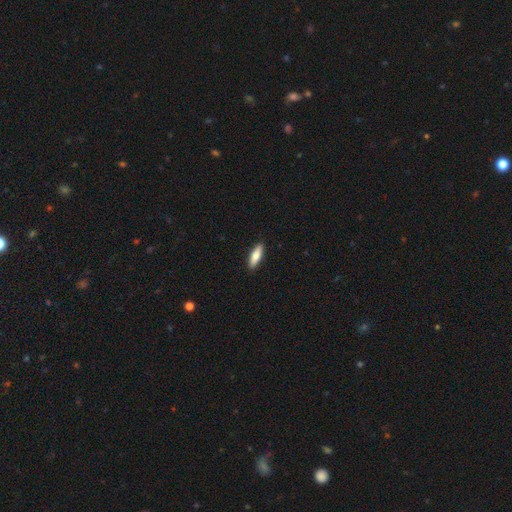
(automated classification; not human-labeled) This appears to be a smooth galaxy with no disk features (75%) that is cigar-shaped (52%). Merging: none (91%).